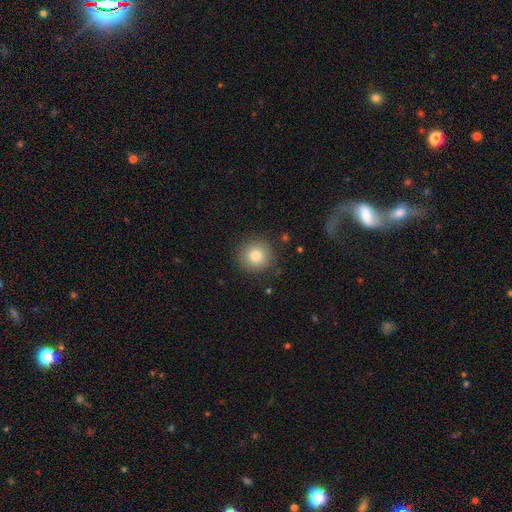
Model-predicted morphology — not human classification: smooth_or_featured: smooth (p=0.83) [alt: star or artifact p=0.10]
how_rounded: round (p=0.93) [alt: in between p=0.06]
merging: none (p=0.88) [alt: minor disturbance p=0.08]